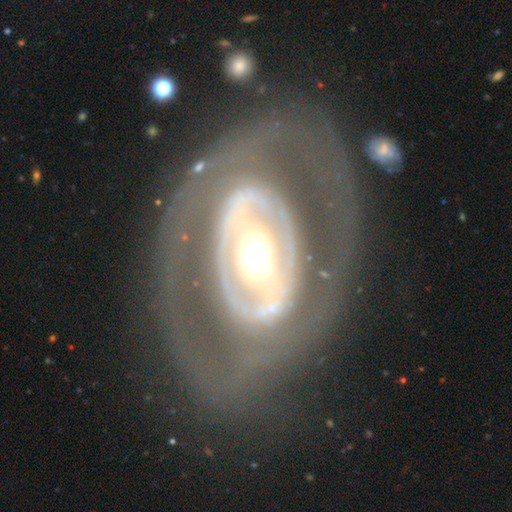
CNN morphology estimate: type=featured or disk (80%); edge-on=no (93%); bar=no (43%); spiral arms=no (60%); bulge=moderate (64%); merging=none (74%).